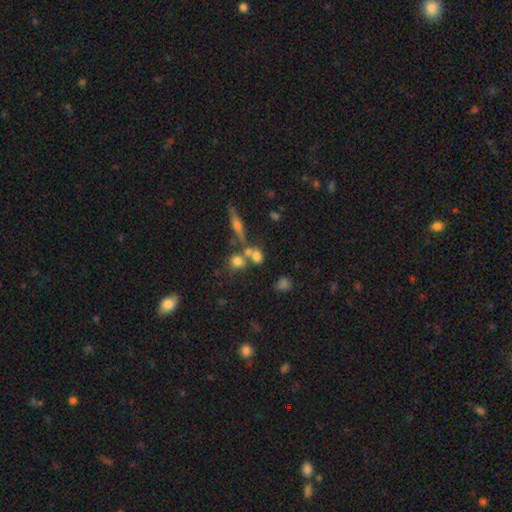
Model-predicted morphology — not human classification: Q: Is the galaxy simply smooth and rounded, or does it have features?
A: smooth — 69%.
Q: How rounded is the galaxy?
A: round — 66%.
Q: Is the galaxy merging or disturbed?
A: none — 51%.